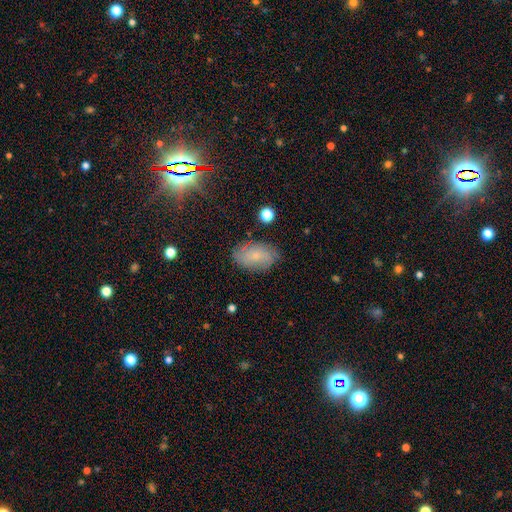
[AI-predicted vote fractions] A smooth galaxy with no disk features (53%) that is in between round and cigar-shaped (87%).

Vote fractions:
- Smooth or featured? smooth: 53% / featured or disk: 35% / star or artifact: 12%
- How rounded? in between: 87% / round: 11% / cigar-shaped: 2%
- Merging? none: 79% / minor disturbance: 16% / major disturbance: 4% / merger: 1%